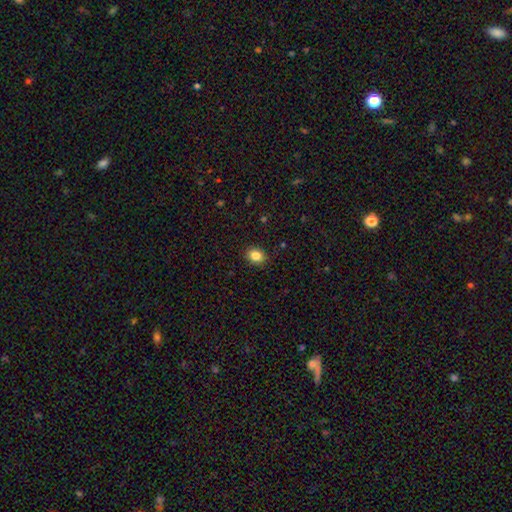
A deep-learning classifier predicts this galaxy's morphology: smooth_or_featured: smooth (p=0.85) [alt: star or artifact p=0.10]
how_rounded: in between (p=0.57) [alt: round p=0.42]
merging: none (p=0.89) [alt: minor disturbance p=0.08]